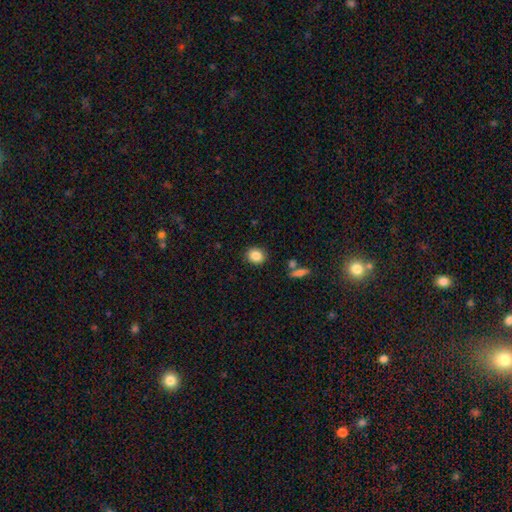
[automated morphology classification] Smooth or featured?
  - smooth: 86% *
  - star or artifact: 9%
  - featured or disk: 5%
How rounded?
  - round: 63% *
  - in between: 36%
  - cigar-shaped: 1%
Merging?
  - none: 86% *
  - minor disturbance: 9%
  - merger: 3%
  - major disturbance: 2%